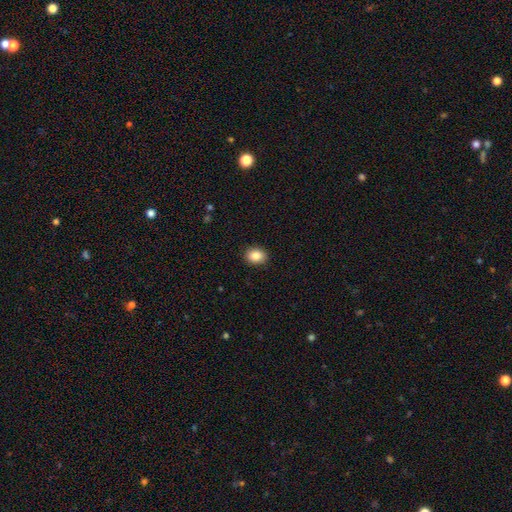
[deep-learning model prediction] Smooth or featured: smooth — 86% (star or artifact — 9%)
How rounded: in between — 51% (round — 48%)
Merging: none — 90% (minor disturbance — 7%)